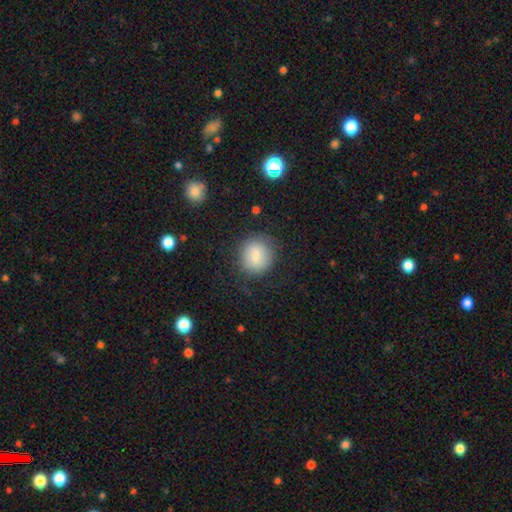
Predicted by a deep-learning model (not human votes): Morphology: type=smooth (80%); roundness=round (86%); merging=none (81%).